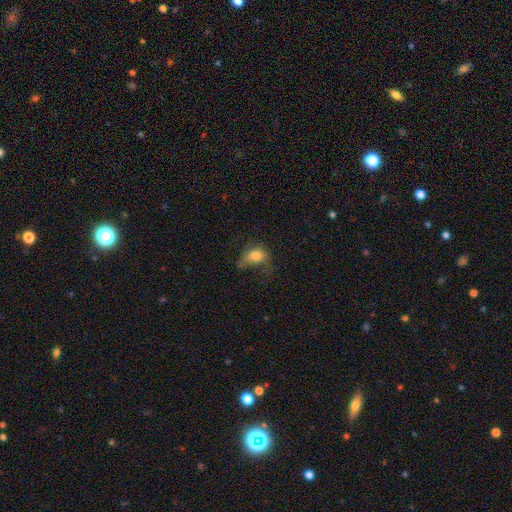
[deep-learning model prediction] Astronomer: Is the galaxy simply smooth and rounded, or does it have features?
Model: smooth — 71%.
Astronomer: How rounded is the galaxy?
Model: in between — 68%.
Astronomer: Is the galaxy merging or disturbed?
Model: major disturbance — 44% (runner-up: minor disturbance, 28%).